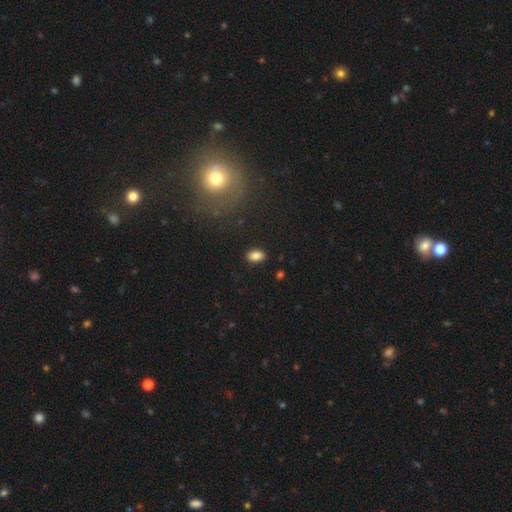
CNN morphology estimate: A smooth galaxy with no disk features (85%) that is in between round and cigar-shaped (87%). Merging: none (88%).